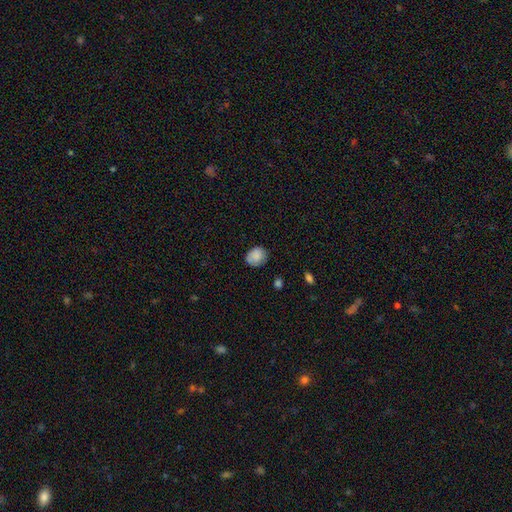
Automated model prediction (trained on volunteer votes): Smooth or featured? Predicted: smooth (p=0.85). How rounded? Predicted: round (p=0.59). Merging? Predicted: none (p=0.75).